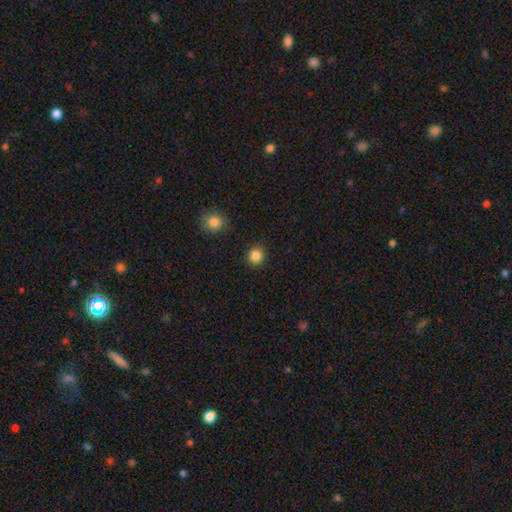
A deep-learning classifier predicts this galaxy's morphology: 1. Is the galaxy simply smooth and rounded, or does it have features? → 86% smooth, 11% star or artifact, 3% featured or disk.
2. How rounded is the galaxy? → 87% round, 12% in between, 1% cigar-shaped.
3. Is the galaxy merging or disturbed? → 90% none, 6% minor disturbance, 2% major disturbance, 2% merger.